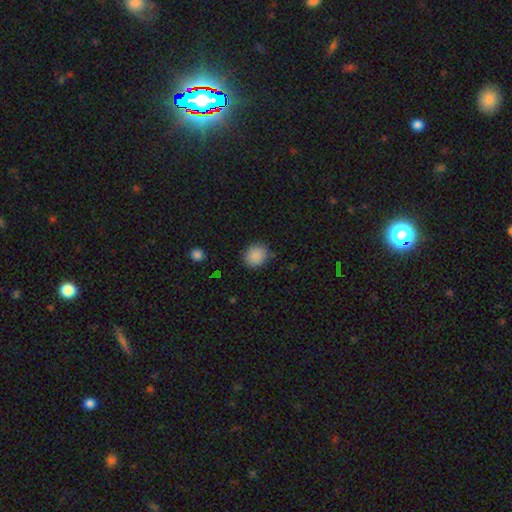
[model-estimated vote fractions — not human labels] Smooth or featured?
  - smooth: 88% *
  - star or artifact: 8%
  - featured or disk: 3%
How rounded?
  - round: 72% *
  - in between: 27%
  - cigar-shaped: 1%
Merging?
  - none: 84% *
  - minor disturbance: 12%
  - major disturbance: 3%
  - merger: 1%